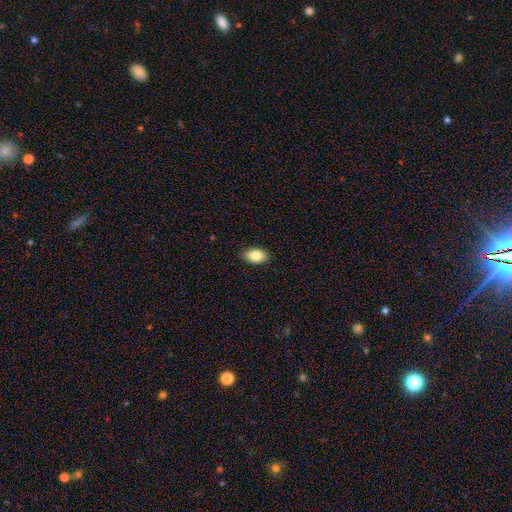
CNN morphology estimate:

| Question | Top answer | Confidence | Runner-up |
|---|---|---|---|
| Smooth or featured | smooth | 84% | featured or disk (8%) |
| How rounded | in between | 87% | round (11%) |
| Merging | none | 88% | minor disturbance (9%) |